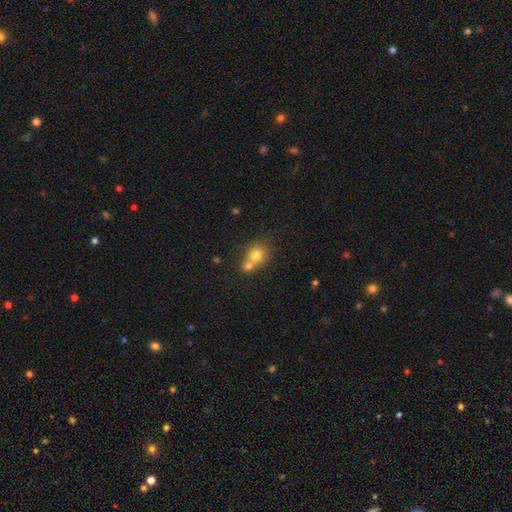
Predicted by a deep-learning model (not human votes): Smooth or featured? Predicted: smooth (p=0.75). How rounded? Predicted: round (p=0.77). Merging? Predicted: merger (p=0.54).